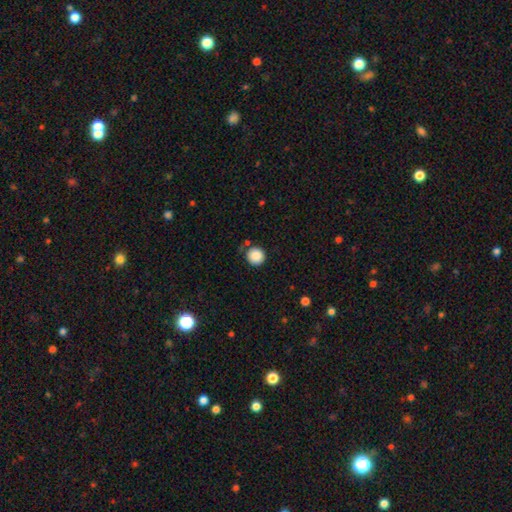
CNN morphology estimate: Smooth or featured?
  - smooth: 87% *
  - star or artifact: 9%
  - featured or disk: 4%
How rounded?
  - round: 95% *
  - in between: 4%
  - cigar-shaped: 1%
Merging?
  - none: 79% *
  - minor disturbance: 12%
  - merger: 5%
  - major disturbance: 4%